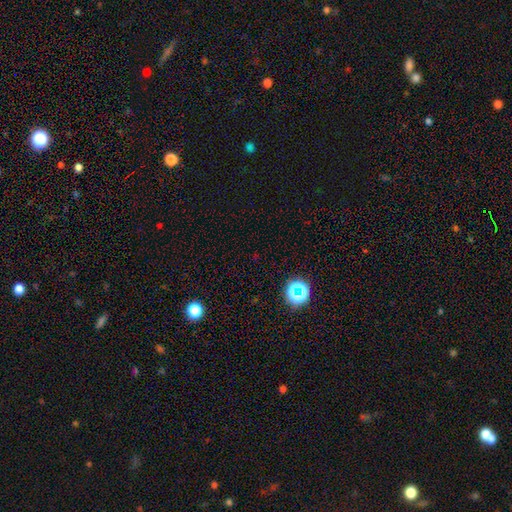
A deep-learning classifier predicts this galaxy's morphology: Smooth or featured? Predicted: star or artifact (p=0.64).